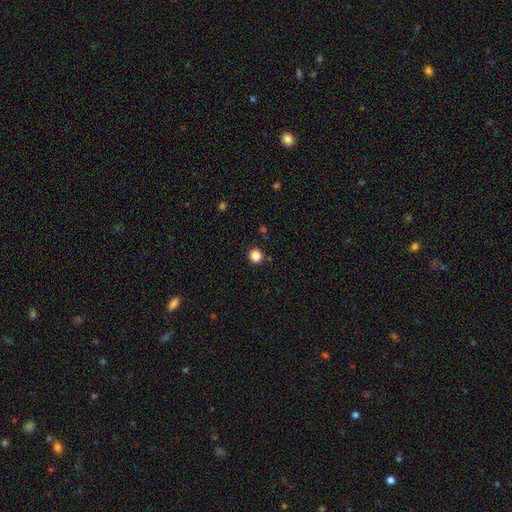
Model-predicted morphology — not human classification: smooth 86%, star or artifact 11%, featured or disk 3%. Down the decision tree: how rounded — round (92%); merging — none (90%).